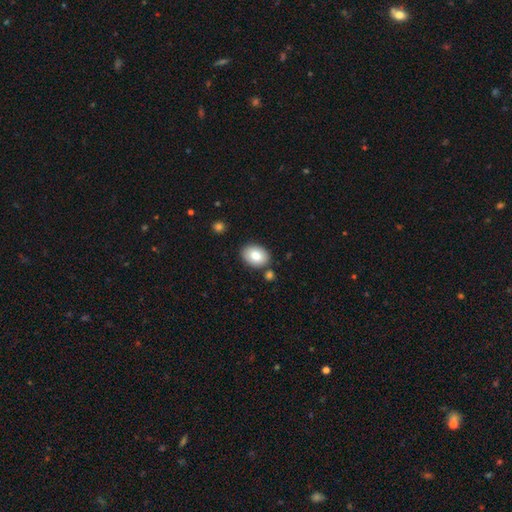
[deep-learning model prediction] This is clearly a smooth galaxy (84%). How rounded: likely in between (79%). Merging: clearly none (83%).